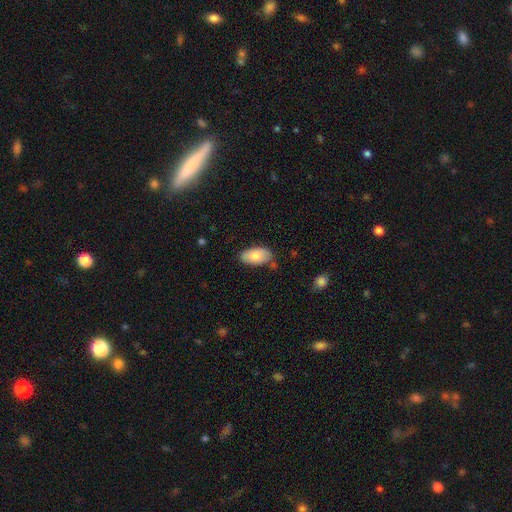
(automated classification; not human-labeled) smooth-or-featured: smooth: 80% | featured or disk: 14% | star or artifact: 6%
  how-rounded: in between: 95% | round: 3% | cigar-shaped: 2%
  merging: none: 76% | minor disturbance: 17% | merger: 4% | major disturbance: 3%